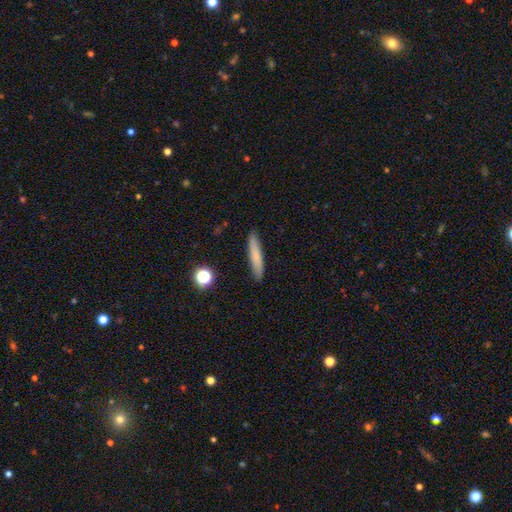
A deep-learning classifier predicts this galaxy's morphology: Q: Smooth or featured?
A: smooth (75%); runner-up: featured or disk (17%)
Q: How rounded?
A: cigar-shaped (91%); runner-up: in between (8%)
Q: Merging?
A: none (90%); runner-up: minor disturbance (7%)